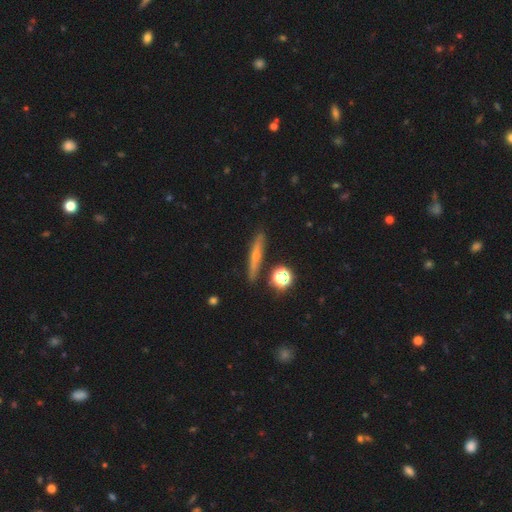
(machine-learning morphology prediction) The model was most divided on "smooth or featured": featured or disk: 54%, smooth: 34%, star or artifact: 12%. More confident: edge-on disk — yes (91%); merging — none (85%).